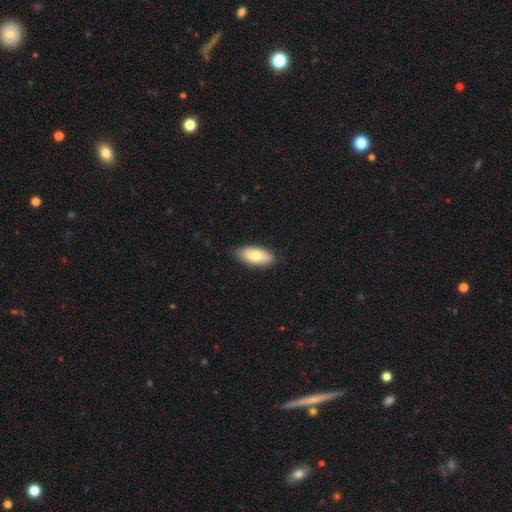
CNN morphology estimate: Smooth or featured? Predicted: smooth (p=0.78). How rounded? Predicted: in between (p=0.90). Merging? Predicted: none (p=0.84).